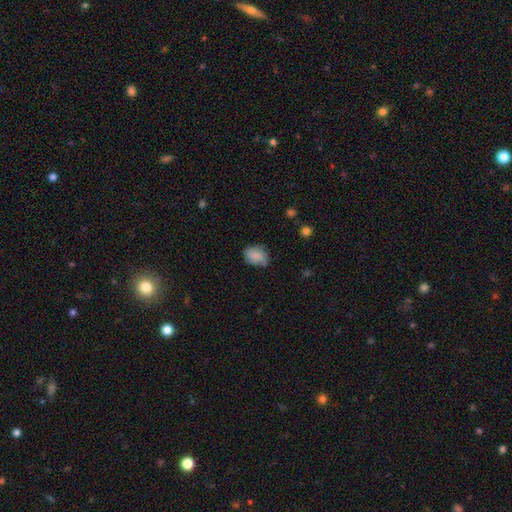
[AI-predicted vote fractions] Smooth or featured? Predicted: smooth (p=0.81). How rounded? Predicted: in between (p=0.68). Merging? Predicted: none (p=0.66).